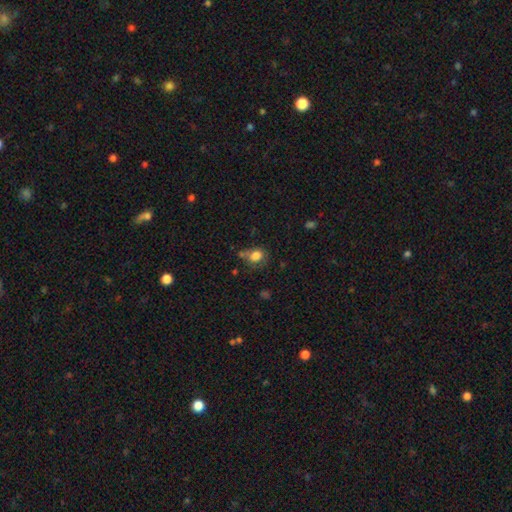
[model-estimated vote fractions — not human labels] Smooth or featured: smooth — 79% (star or artifact — 11%)
How rounded: round — 60% (in between — 39%)
Merging: none — 51% (minor disturbance — 24%)